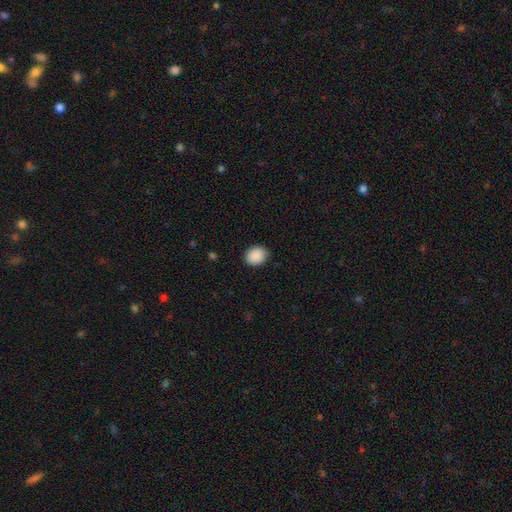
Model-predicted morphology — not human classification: Smooth or featured: smooth — 90% (star or artifact — 7%)
How rounded: round — 57% (in between — 42%)
Merging: none — 88% (minor disturbance — 9%)